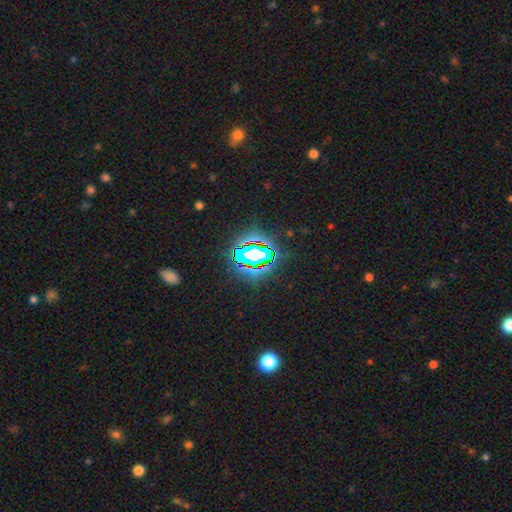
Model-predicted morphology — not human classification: Smooth or featured?
  - star or artifact: 72% *
  - smooth: 16%
  - featured or disk: 12%